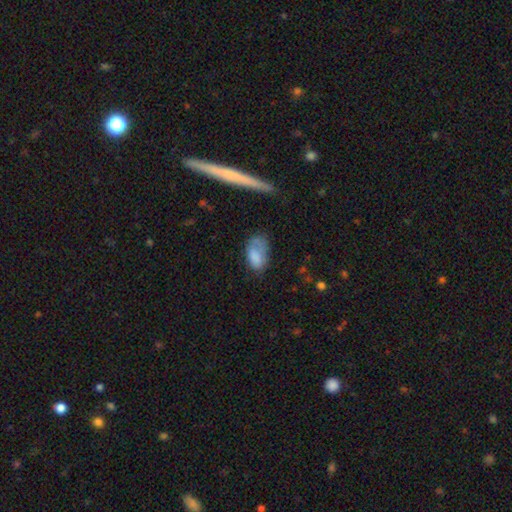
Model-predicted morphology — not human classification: Overall: smooth (76%). How rounded: in between (92%). Merging: none (41%; minor disturbance 32%).